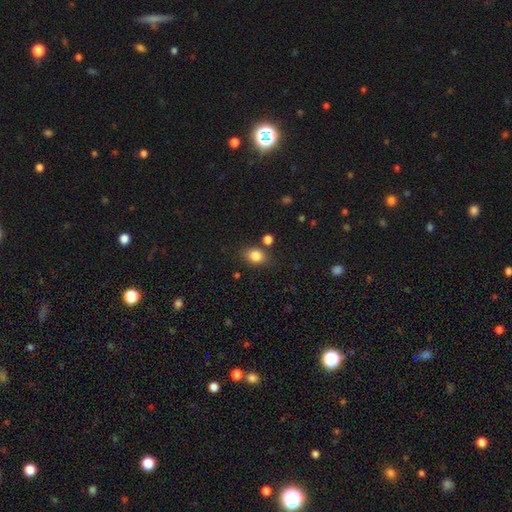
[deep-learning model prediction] Smooth or featured? smooth (83%)
How rounded? in between (67%)
Merging? none (76%)